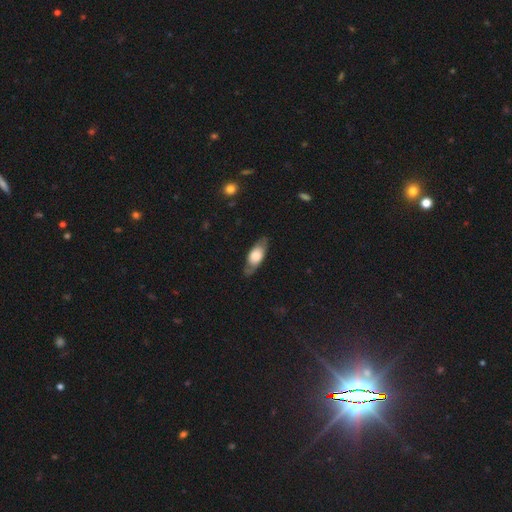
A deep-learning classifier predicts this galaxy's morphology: The model was most divided on "smooth or featured": smooth: 53%, featured or disk: 41%, star or artifact: 6%. More confident: how rounded — in between (79%); merging — none (75%).